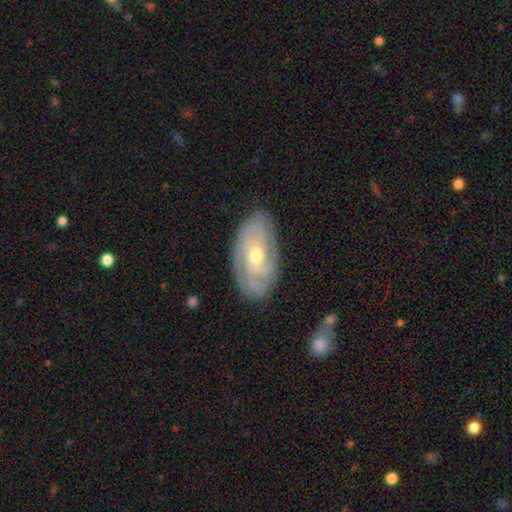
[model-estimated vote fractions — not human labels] This appears to be a featured or disk galaxy (85%) with no bar (68%), 3 (29%) tight (69%) spiral arms (95%) and a moderate central bulge (60%). Merging: none (81%).